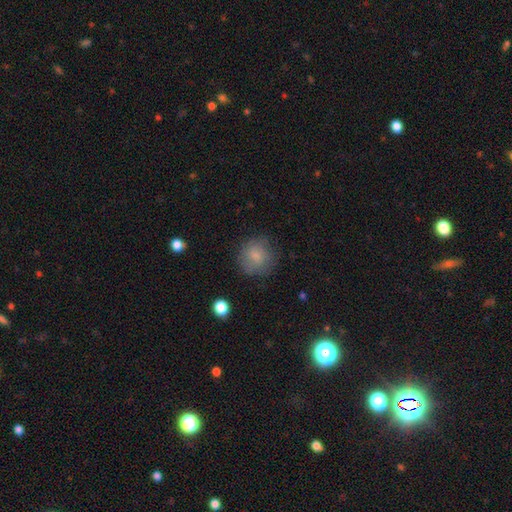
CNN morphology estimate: This appears to be a smooth galaxy with no disk features (78%) that is round (87%). Merging: none (74%).